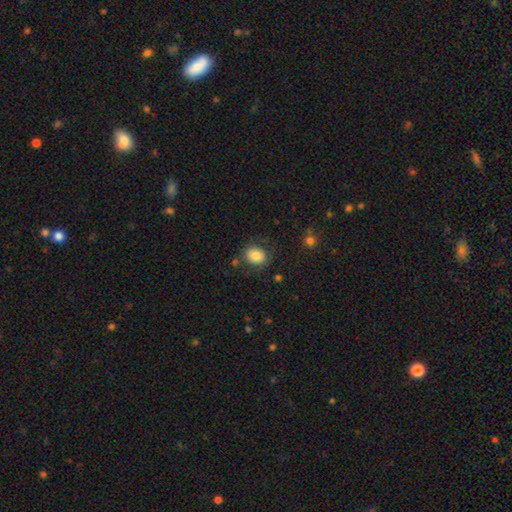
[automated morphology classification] smooth 79%, featured or disk 12%, star or artifact 9%. Down the decision tree: how rounded — round (56%); merging — none (78%).